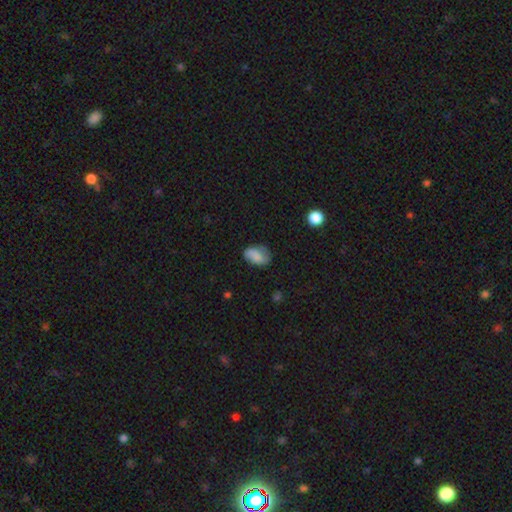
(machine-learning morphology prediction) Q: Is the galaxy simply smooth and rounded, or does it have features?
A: smooth — 71%.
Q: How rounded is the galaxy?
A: in between — 85%.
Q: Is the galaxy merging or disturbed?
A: none — 62%.